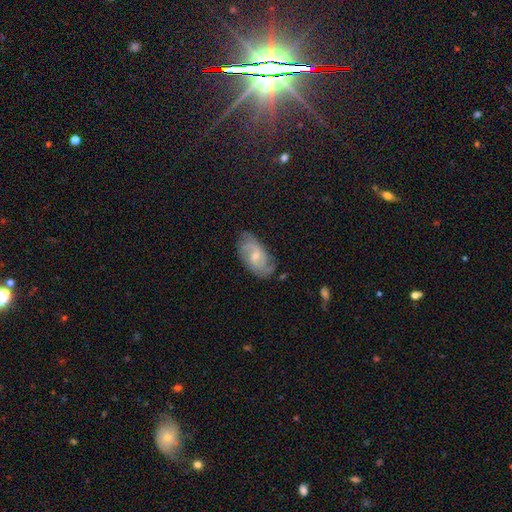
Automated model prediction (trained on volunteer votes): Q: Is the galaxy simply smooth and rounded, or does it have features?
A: featured or disk — 72%.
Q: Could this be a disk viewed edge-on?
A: no — 96%.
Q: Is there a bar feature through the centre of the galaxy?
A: weak — 49%.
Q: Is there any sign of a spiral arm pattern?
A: yes — 93%.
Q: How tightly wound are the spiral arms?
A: medium — 45%.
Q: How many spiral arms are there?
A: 2 — 54%.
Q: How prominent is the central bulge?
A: small — 54%.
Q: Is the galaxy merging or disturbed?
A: none — 69%.